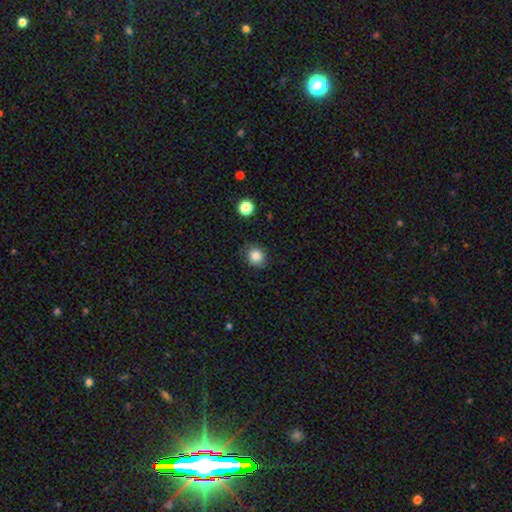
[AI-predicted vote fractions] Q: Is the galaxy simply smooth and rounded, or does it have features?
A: smooth — 84%.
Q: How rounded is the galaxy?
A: round — 84%.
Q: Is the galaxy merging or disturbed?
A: none — 81%.